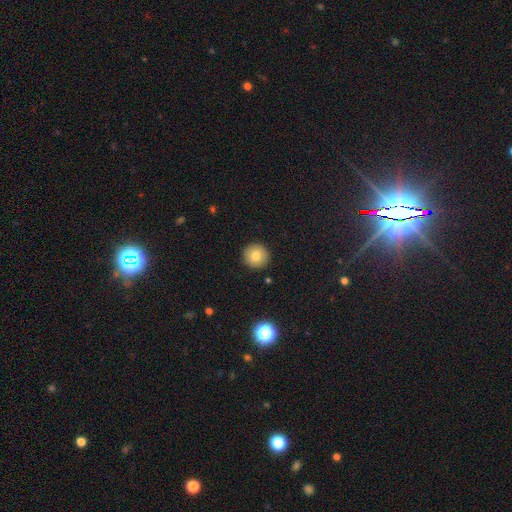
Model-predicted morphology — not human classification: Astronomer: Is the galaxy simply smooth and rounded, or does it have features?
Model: smooth — 80%.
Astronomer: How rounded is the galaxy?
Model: round — 95%.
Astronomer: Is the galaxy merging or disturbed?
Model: none — 92%.